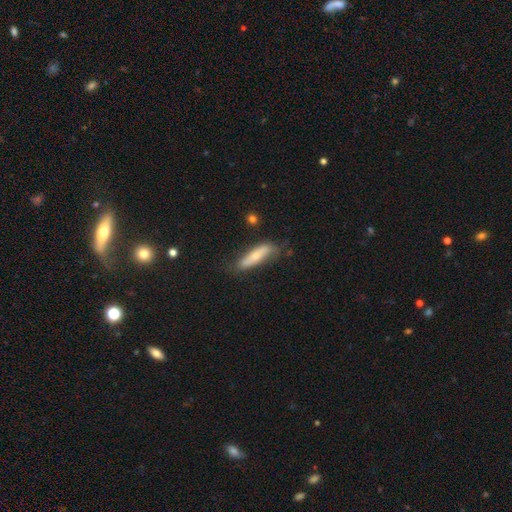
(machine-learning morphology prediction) Q: Smooth or featured?
A: smooth (62%); runner-up: featured or disk (32%)
Q: How rounded?
A: cigar-shaped (71%); runner-up: in between (27%)
Q: Merging?
A: none (68%); runner-up: minor disturbance (23%)